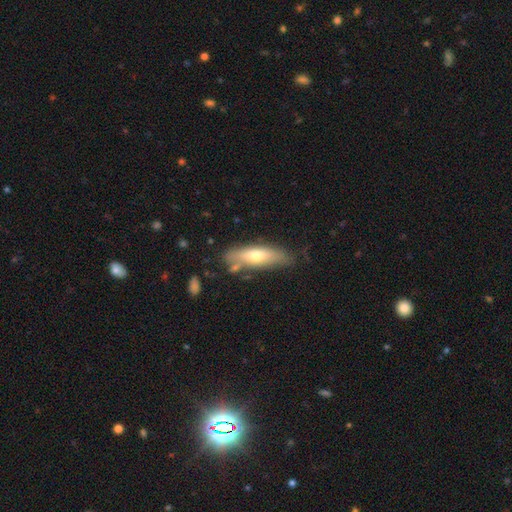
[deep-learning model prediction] Q: Smooth or featured?
A: smooth (56%); runner-up: featured or disk (37%)
Q: How rounded?
A: cigar-shaped (56%); runner-up: in between (42%)
Q: Merging?
A: none (71%); runner-up: minor disturbance (19%)